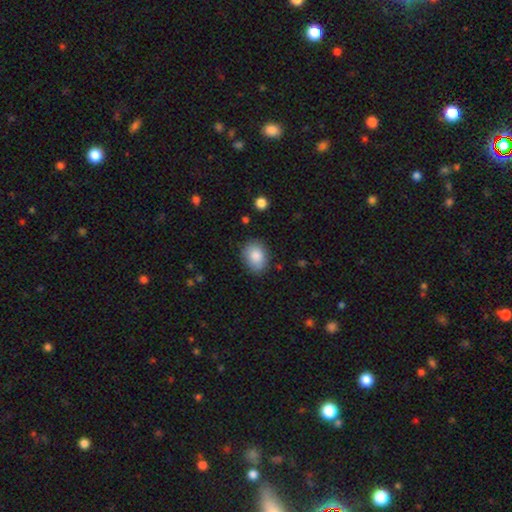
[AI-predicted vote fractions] smooth_or_featured: smooth (p=0.85) [alt: star or artifact p=0.08]
how_rounded: in between (p=0.64) [alt: round p=0.35]
merging: none (p=0.80) [alt: minor disturbance p=0.15]